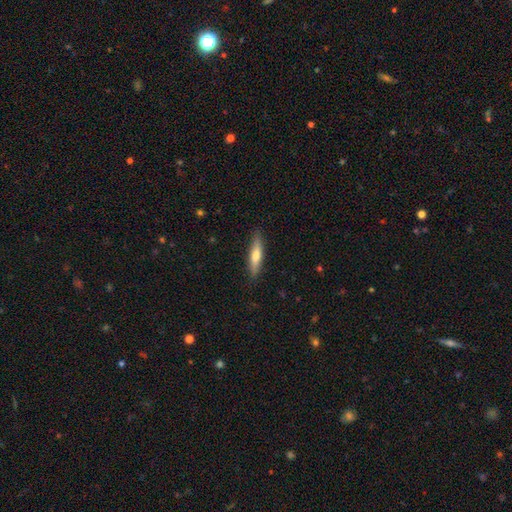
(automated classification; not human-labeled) Smooth or featured: smooth — 59% (featured or disk — 35%)
How rounded: cigar-shaped — 80% (in between — 19%)
Merging: none — 87% (minor disturbance — 10%)